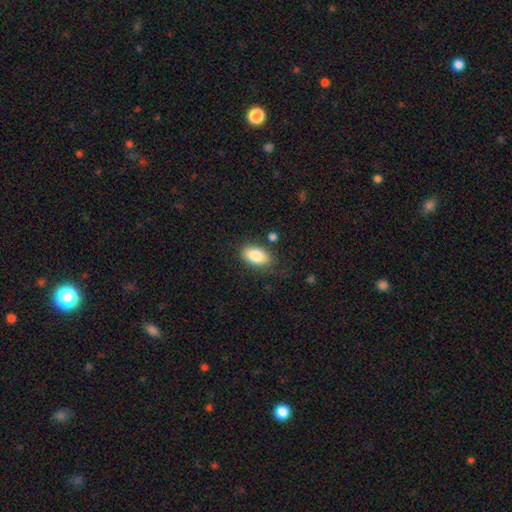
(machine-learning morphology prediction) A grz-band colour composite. It shows a smooth galaxy with no disk features (85%) that is in between round and cigar-shaped (92%). Merging: none (77%).